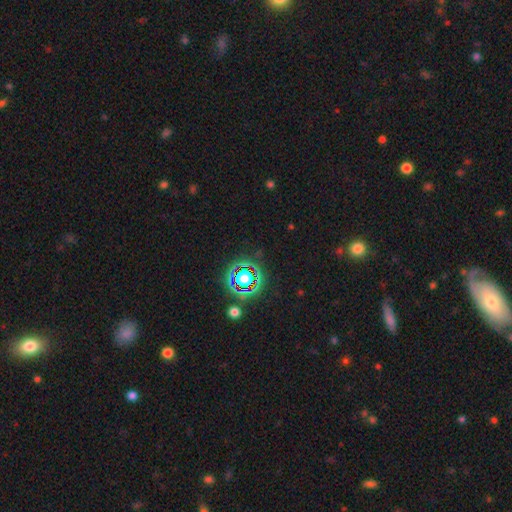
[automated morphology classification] Overall: star or artifact (77%).